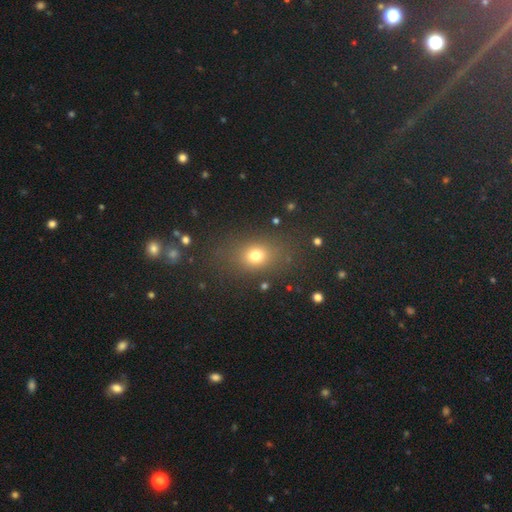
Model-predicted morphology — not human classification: Smooth or featured: smooth — 73% (star or artifact — 18%)
How rounded: in between — 50% (round — 47%)
Merging: none — 79% (minor disturbance — 11%)